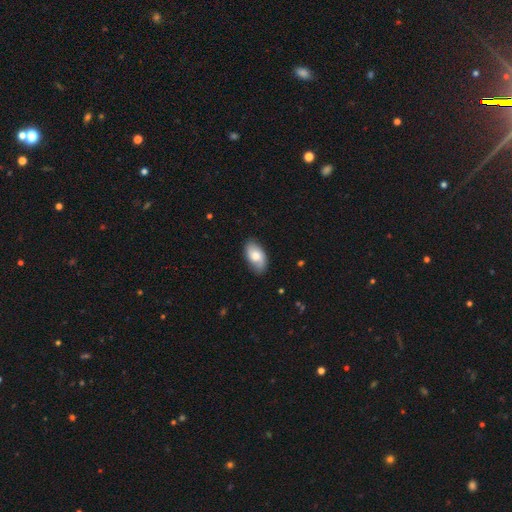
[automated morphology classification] Smooth or featured? Predicted: smooth (p=0.66). How rounded? Predicted: in between (p=0.94). Merging? Predicted: none (p=0.77).